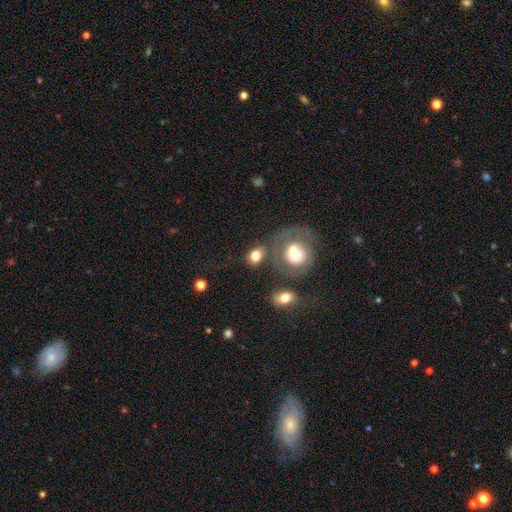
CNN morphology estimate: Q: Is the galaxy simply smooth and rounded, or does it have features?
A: smooth — 77%.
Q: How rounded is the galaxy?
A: in between — 54%.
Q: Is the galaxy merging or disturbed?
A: none — 48%.